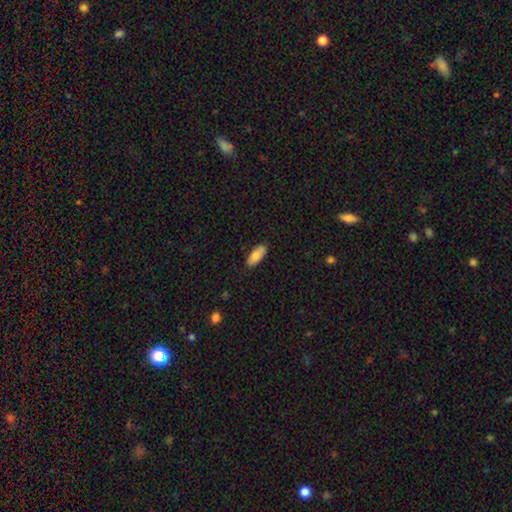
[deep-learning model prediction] The model was most divided on "smooth or featured": smooth: 78%, featured or disk: 16%, star or artifact: 6%. More confident: merging — none (86%); how rounded — in between (81%).